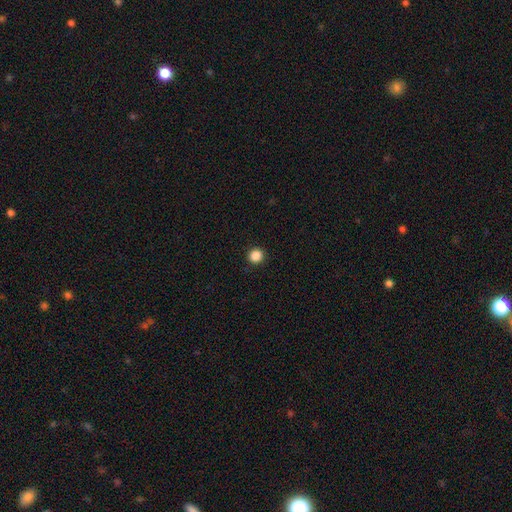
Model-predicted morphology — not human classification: smooth 87%, star or artifact 11%, featured or disk 3%. Down the decision tree: how rounded — round (94%); merging — none (93%).